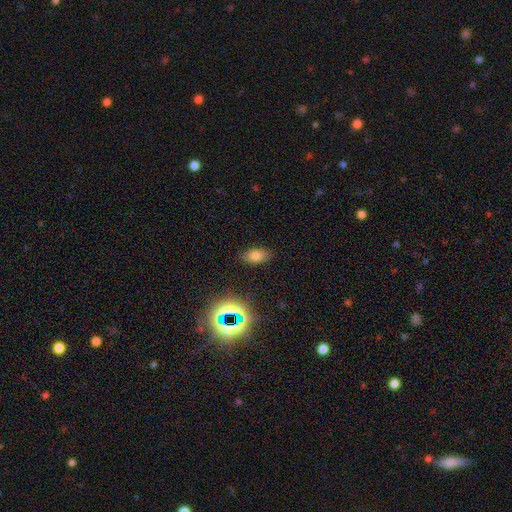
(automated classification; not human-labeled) The model was most divided on "smooth or featured": smooth: 69%, star or artifact: 19%, featured or disk: 12%. More confident: how rounded — in between (89%); merging — none (84%).